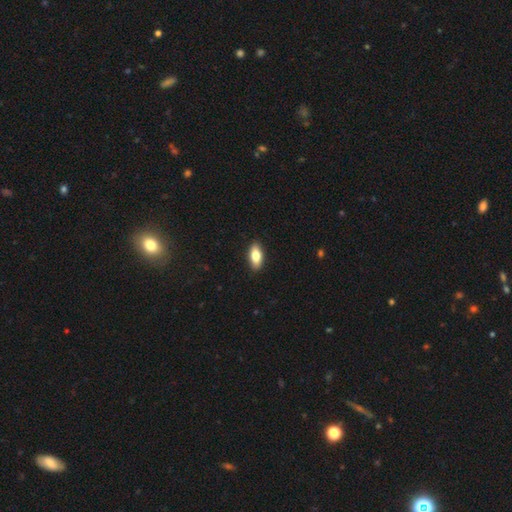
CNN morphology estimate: Q: Smooth or featured?
A: smooth (78%); runner-up: featured or disk (15%)
Q: How rounded?
A: in between (86%); runner-up: cigar-shaped (10%)
Q: Merging?
A: none (90%); runner-up: minor disturbance (7%)